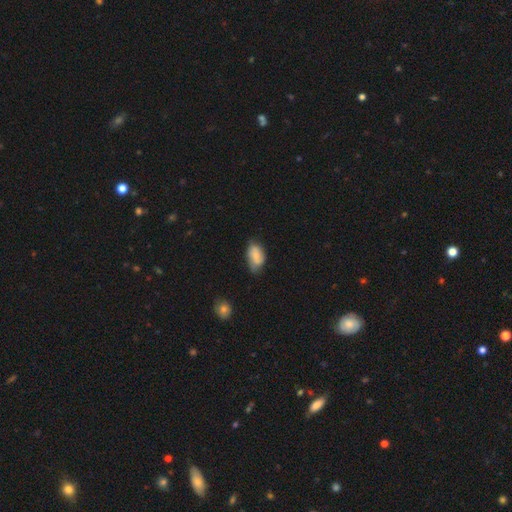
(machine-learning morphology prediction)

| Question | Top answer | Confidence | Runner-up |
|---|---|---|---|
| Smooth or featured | smooth | 72% | featured or disk (20%) |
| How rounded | in between | 91% | round (8%) |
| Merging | none | 49% | minor disturbance (38%) |